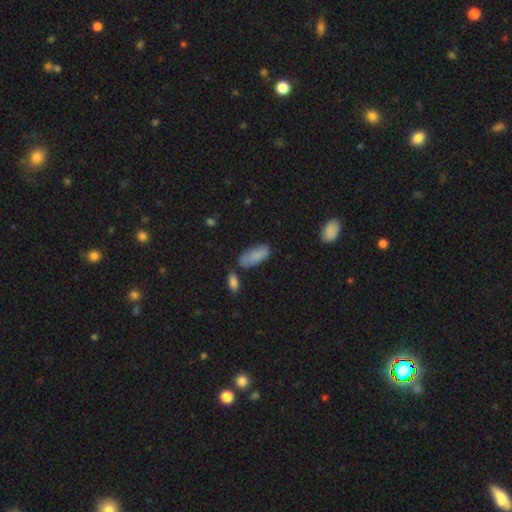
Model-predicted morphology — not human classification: type=smooth (84%); roundness=in between (84%); merging=none (65%).